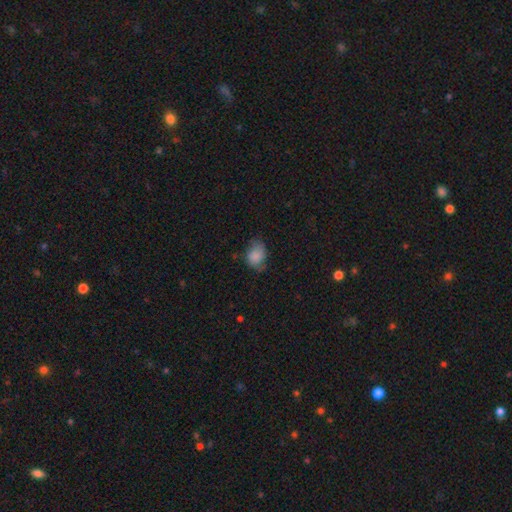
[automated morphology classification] A smooth galaxy with no disk features (71%) that is in between round and cigar-shaped (60%).

Vote fractions:
- Smooth or featured? smooth: 71% / featured or disk: 20% / star or artifact: 9%
- How rounded? in between: 60% / round: 38% / cigar-shaped: 1%
- Merging? none: 50% / minor disturbance: 34% / major disturbance: 14% / merger: 2%